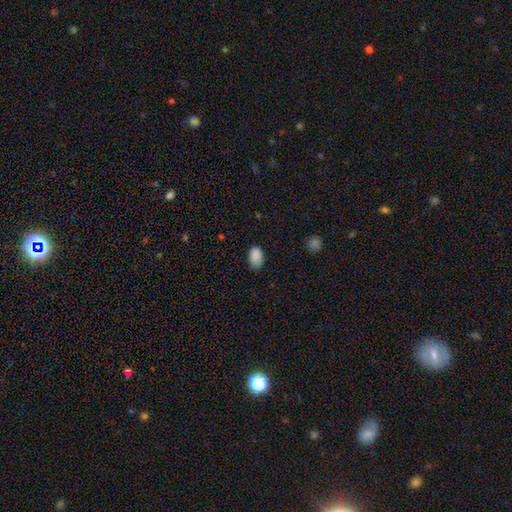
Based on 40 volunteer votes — Overall: smooth (85%). How rounded: in between (76%). Merging: none (61%; minor disturbance 36%).